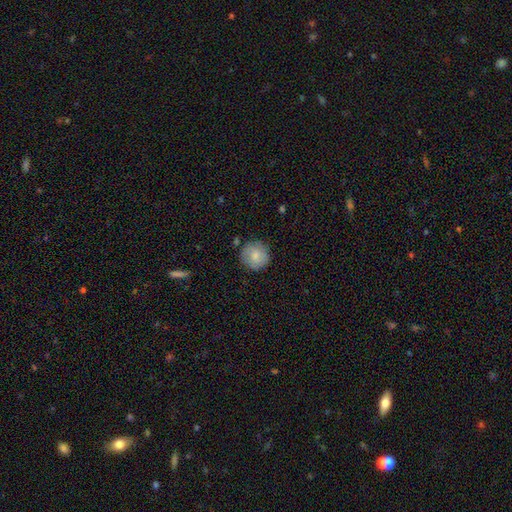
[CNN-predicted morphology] This is likely a smooth galaxy (76%). How rounded: clearly round (94%). Merging: clearly none (83%).